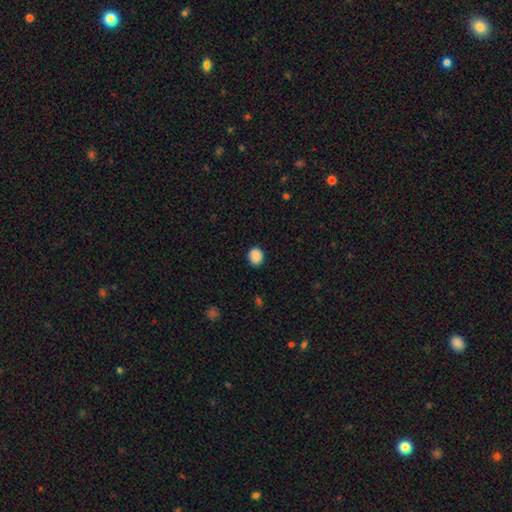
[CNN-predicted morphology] Smooth or featured? smooth (89%)
How rounded? round (70%)
Merging? none (87%)